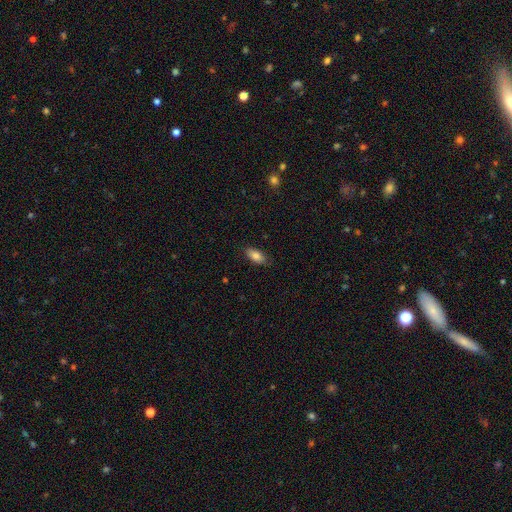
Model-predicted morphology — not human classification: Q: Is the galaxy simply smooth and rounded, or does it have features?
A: smooth — 82%.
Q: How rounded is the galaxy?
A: in between — 88%.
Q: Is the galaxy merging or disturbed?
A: none — 86%.